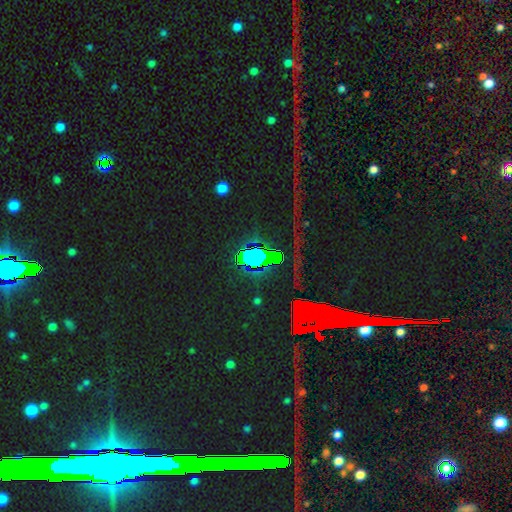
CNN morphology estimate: This is likely a star or artifact rather than a galaxy (80%).